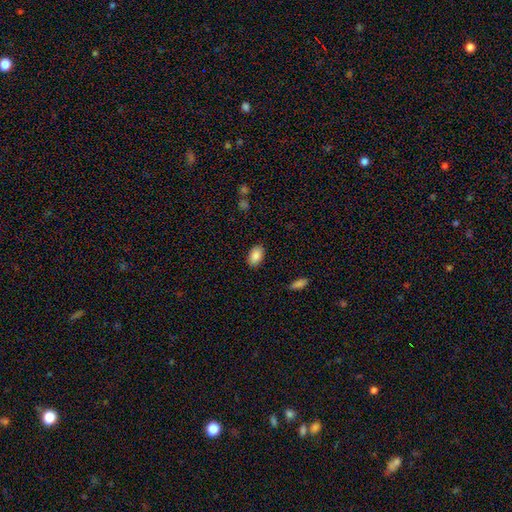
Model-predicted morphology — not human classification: Overall: smooth (87%). How rounded: in between (91%). Merging: none (87%).